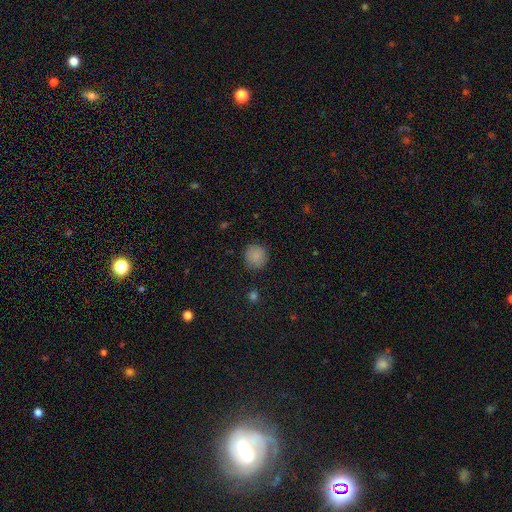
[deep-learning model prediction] The model was most divided on "smooth or featured": smooth: 85%, star or artifact: 11%, featured or disk: 4%. More confident: how rounded — round (90%); merging — none (85%).